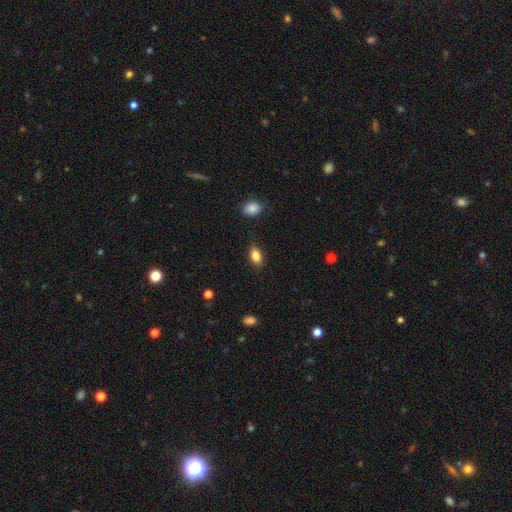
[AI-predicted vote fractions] smooth_or_featured: smooth (p=0.84) [alt: star or artifact p=0.09]
how_rounded: in between (p=0.88) [alt: round p=0.09]
merging: none (p=0.86) [alt: minor disturbance p=0.10]